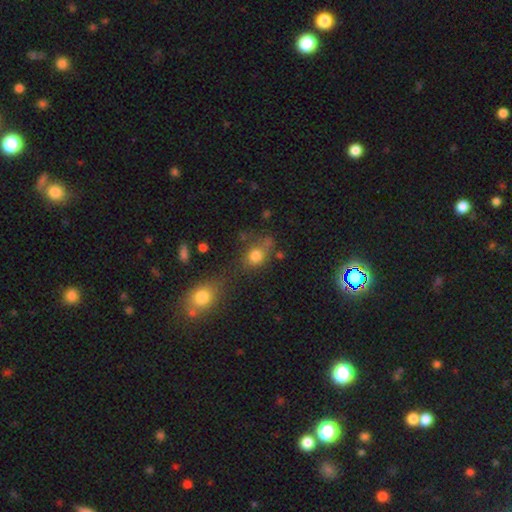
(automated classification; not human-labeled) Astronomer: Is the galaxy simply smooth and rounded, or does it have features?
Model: smooth — 76%.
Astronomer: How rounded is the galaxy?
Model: round — 57% (runner-up: in between, 41%).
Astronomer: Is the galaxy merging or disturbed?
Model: none — 52%.